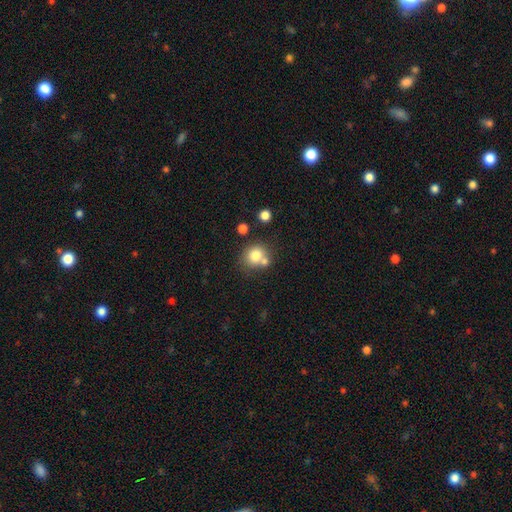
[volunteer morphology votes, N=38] smooth-or-featured: smooth: 84% | featured or disk: 13% | star or artifact: 3%
  how-rounded: round: 84% | in between: 16% | cigar-shaped: 0%
  merging: none: 49% | merger: 32% | minor disturbance: 11% | major disturbance: 8%